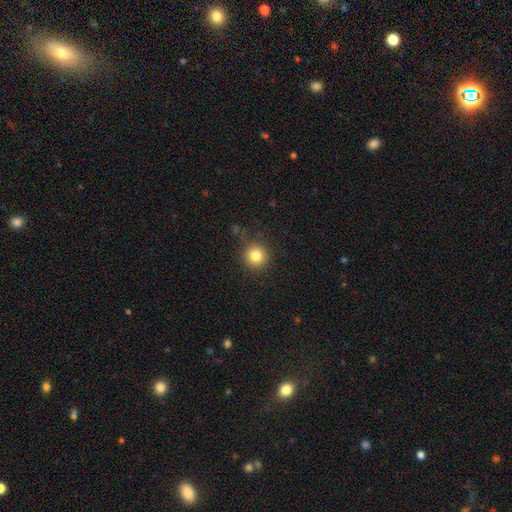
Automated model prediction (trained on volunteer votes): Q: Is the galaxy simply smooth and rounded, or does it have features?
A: smooth — 82%.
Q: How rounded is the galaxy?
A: round — 95%.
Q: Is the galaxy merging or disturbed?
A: none — 88%.